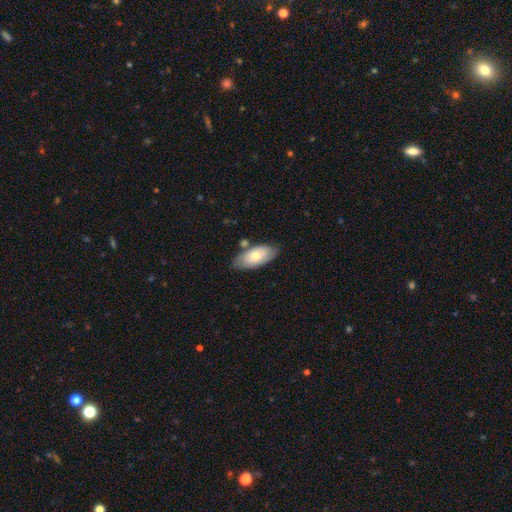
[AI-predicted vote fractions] This is likely a smooth galaxy (66%). How rounded: clearly in between (90%). Merging: likely none (71%).